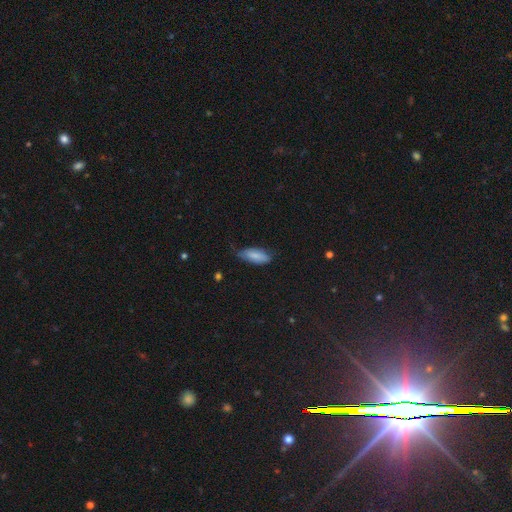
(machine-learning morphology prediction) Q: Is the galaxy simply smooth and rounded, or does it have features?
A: smooth — 80%.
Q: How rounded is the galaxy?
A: in between — 80%.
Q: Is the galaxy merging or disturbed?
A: none — 56%.